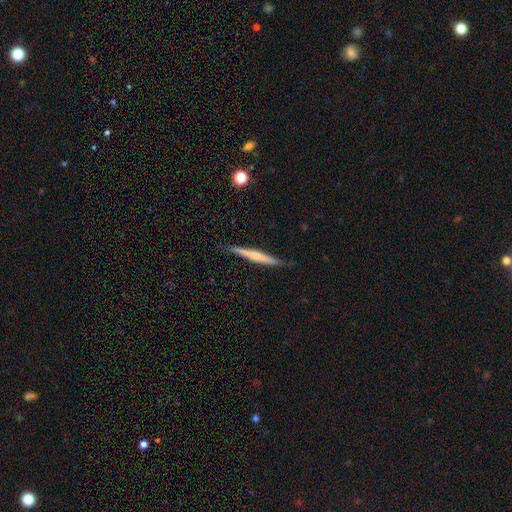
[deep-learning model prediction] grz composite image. It shows a featured or disk galaxy (49%). Merging: none (88%).